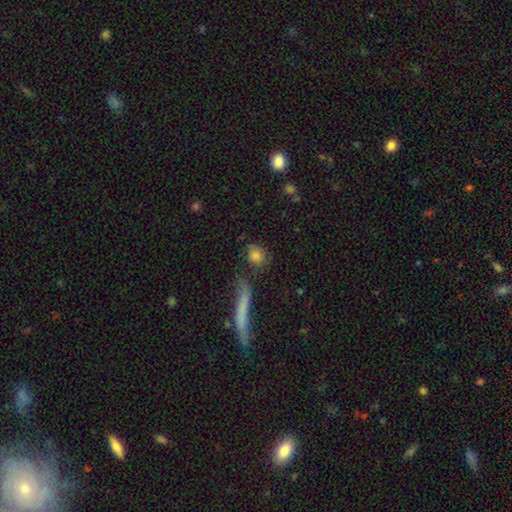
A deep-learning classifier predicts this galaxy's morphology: This is likely a smooth galaxy (76%). How rounded: possibly round (59%). Merging: likely none (64%).